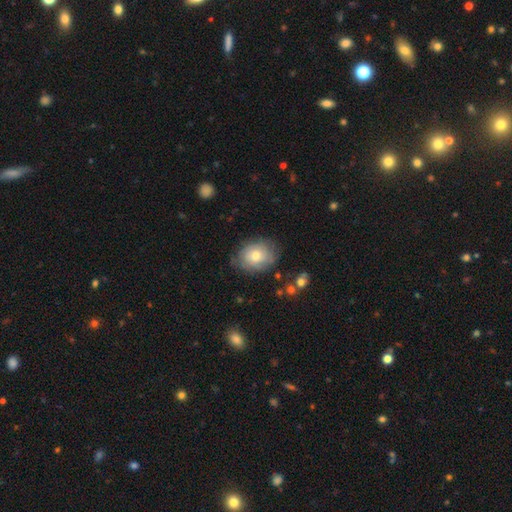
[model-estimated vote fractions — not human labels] smooth-or-featured: smooth: 69% | featured or disk: 23% | star or artifact: 8%
  how-rounded: in between: 54% | round: 45% | cigar-shaped: 1%
  merging: none: 73% | minor disturbance: 20% | major disturbance: 5% | merger: 2%